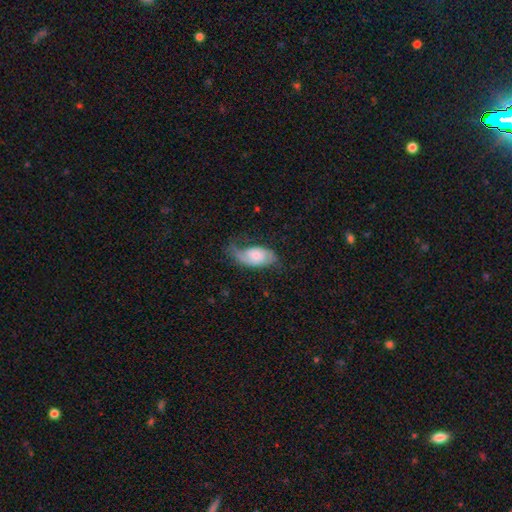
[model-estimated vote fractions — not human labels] Overall: featured or disk (62%; smooth 32%). Edge-on disk: no (95%). Bar: no (67%; weak 27%). Spiral arms: yes (89%). Spiral arm count: 2 (62%; 1 27%). Spiral winding: loose (44%; medium 37%). Bulge size: small (35%; moderate 31%). Merging: none (40%; minor disturbance 29%).